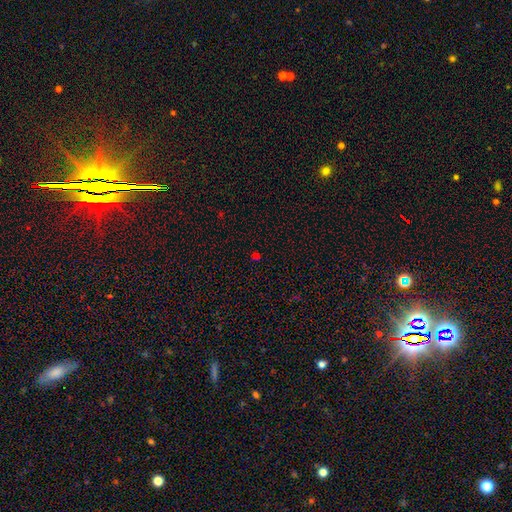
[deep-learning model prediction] A star or artifact, not a galaxy (47%, tied with smooth).